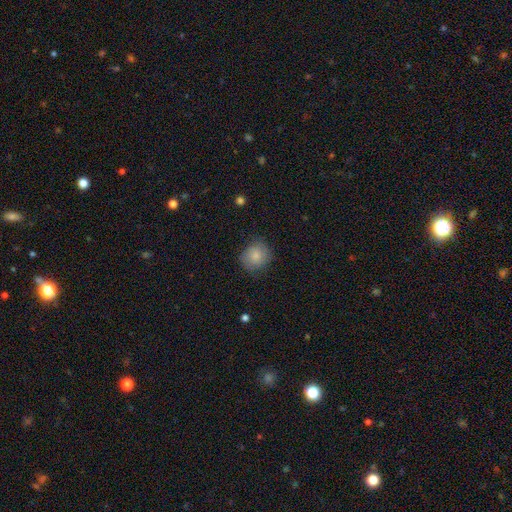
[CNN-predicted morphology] A smooth galaxy with no disk features (81%) that is round (84%). Merging: none (76%).